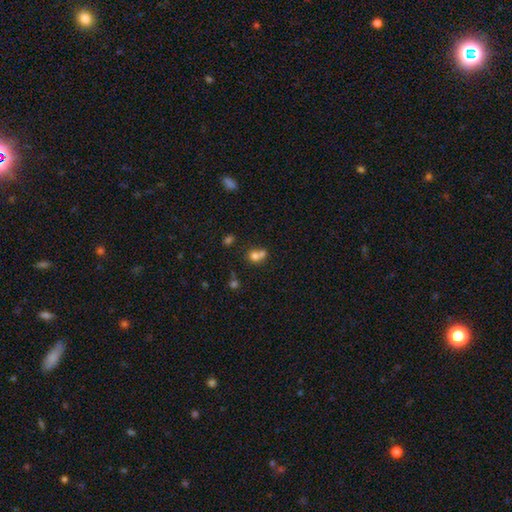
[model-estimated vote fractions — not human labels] A smooth galaxy with no disk features (72%) that is round (66%).

Vote fractions:
- Smooth or featured? smooth: 72% / featured or disk: 14% / star or artifact: 14%
- How rounded? round: 66% / in between: 33% / cigar-shaped: 1%
- Merging? merger: 58% / none: 29% / minor disturbance: 9% / major disturbance: 5%